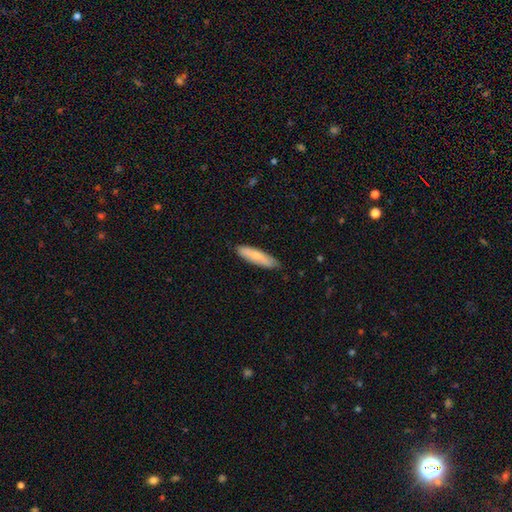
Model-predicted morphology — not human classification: This appears to be a smooth galaxy with no disk features (71%) that is cigar-shaped (72%). Merging: none (84%).